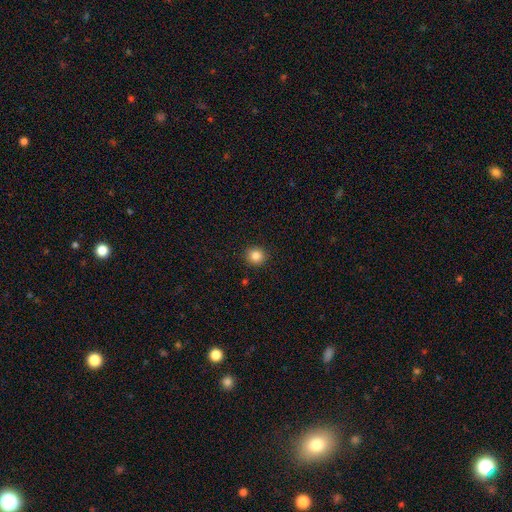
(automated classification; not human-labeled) This appears to be a smooth galaxy with no disk features (85%) that is round (92%). Merging: none (92%).